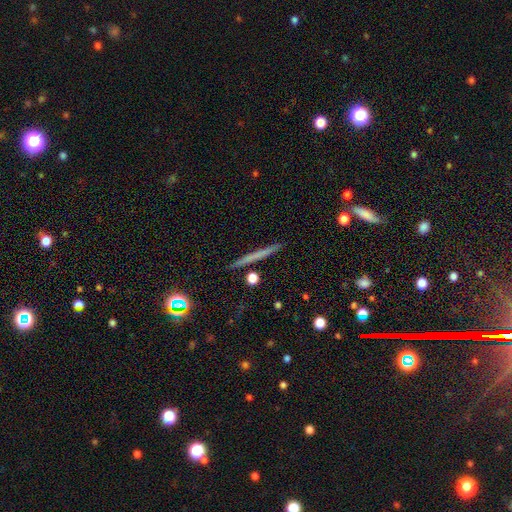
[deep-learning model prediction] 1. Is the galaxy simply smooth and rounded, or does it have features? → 47% smooth, 44% featured or disk, 9% star or artifact.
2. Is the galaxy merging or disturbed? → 91% none, 6% minor disturbance, 2% merger, 1% major disturbance.